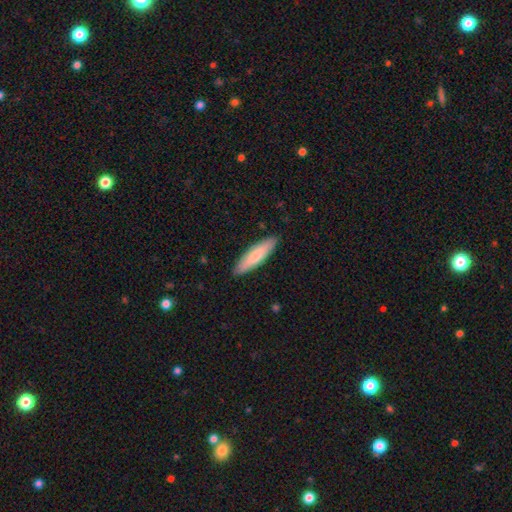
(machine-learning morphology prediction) smooth_or_featured: smooth (p=0.77) [alt: featured or disk p=0.18]
how_rounded: cigar-shaped (p=0.73) [alt: in between p=0.25]
merging: none (p=0.90) [alt: minor disturbance p=0.08]